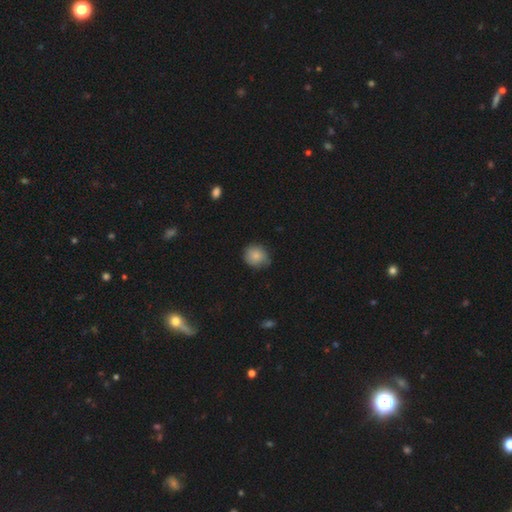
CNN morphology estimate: Q: Smooth or featured?
A: smooth (84%); runner-up: star or artifact (8%)
Q: How rounded?
A: round (79%); runner-up: in between (20%)
Q: Merging?
A: none (72%); runner-up: minor disturbance (24%)